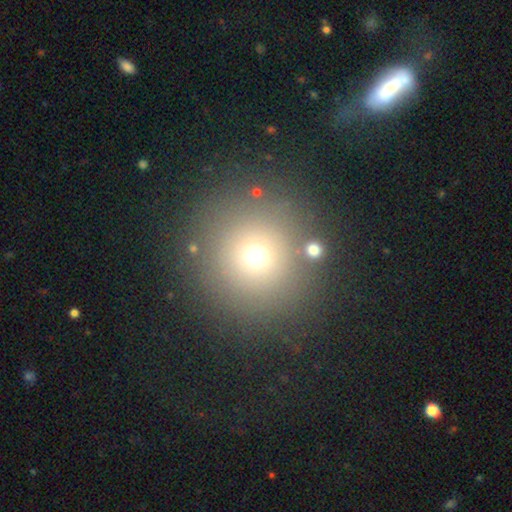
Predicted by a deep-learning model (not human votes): Smooth or featured? smooth (68%)
How rounded? round (95%)
Merging? none (84%)